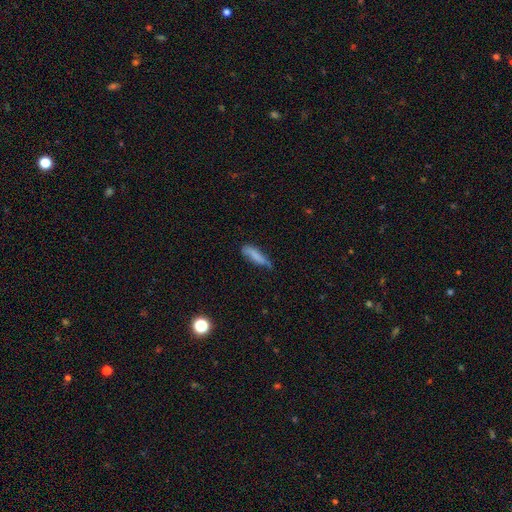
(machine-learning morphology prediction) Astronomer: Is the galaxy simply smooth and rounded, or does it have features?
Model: smooth — 75%.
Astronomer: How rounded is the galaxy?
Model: cigar-shaped — 66%.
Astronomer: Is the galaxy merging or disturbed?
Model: none — 46% (runner-up: minor disturbance, 38%).